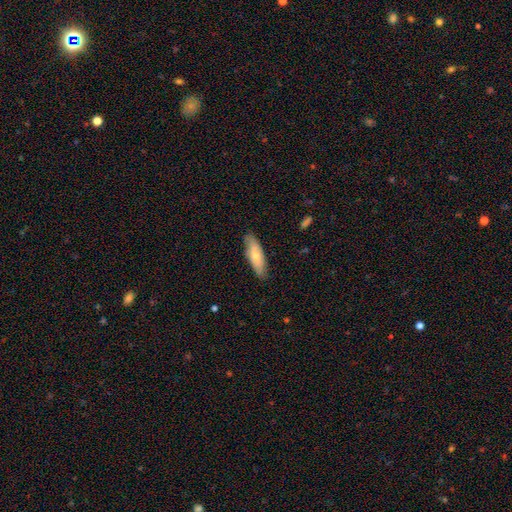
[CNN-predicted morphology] Smooth or featured: smooth — 66% (featured or disk — 28%)
How rounded: in between — 52% (cigar-shaped — 46%)
Merging: none — 82% (minor disturbance — 15%)